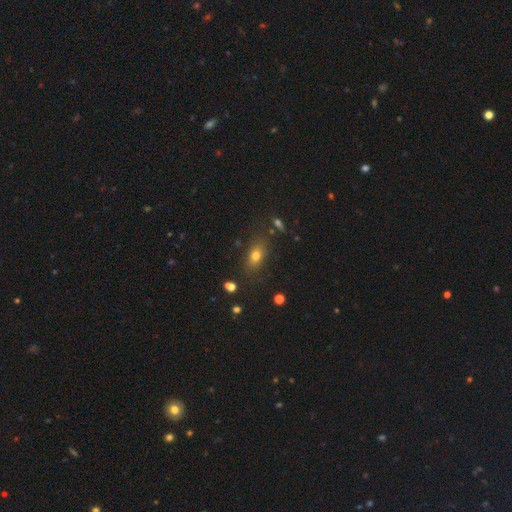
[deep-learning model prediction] Overall: smooth (72%). How rounded: in between (74%). Merging: none (79%).